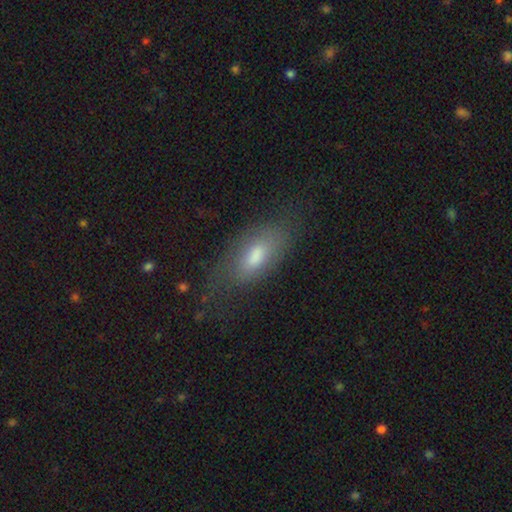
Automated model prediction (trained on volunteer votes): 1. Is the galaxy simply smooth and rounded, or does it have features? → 65% smooth, 27% featured or disk, 8% star or artifact.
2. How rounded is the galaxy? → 82% in between, 15% cigar-shaped, 3% round.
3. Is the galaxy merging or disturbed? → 62% none, 23% minor disturbance, 13% major disturbance, 2% merger.